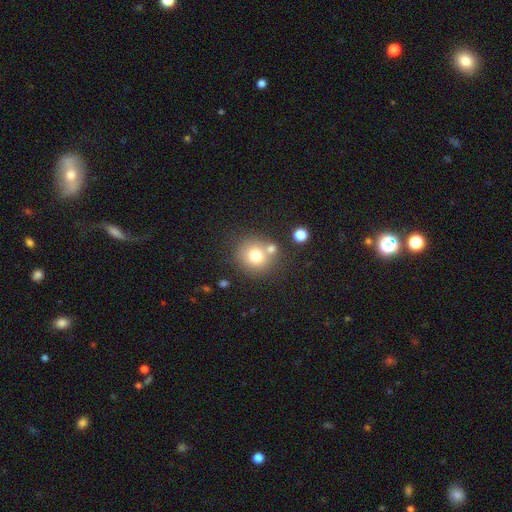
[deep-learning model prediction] The model was most divided on "merging": none: 64%, merger: 22%, minor disturbance: 10%, major disturbance: 4%. More confident: how rounded — round (87%); smooth or featured — smooth (74%).